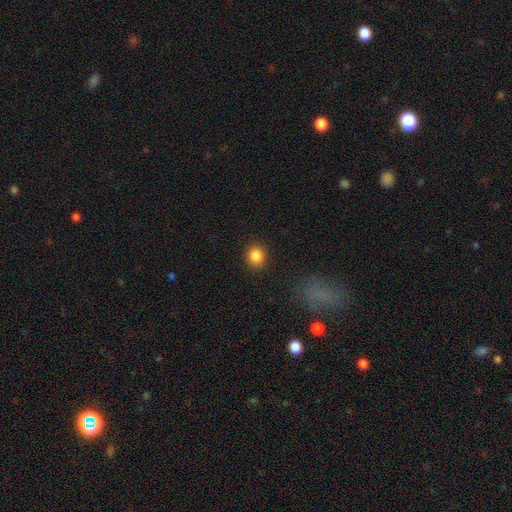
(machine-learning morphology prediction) Smooth or featured?
  - smooth: 86% *
  - star or artifact: 10%
  - featured or disk: 4%
How rounded?
  - round: 72% *
  - in between: 27%
  - cigar-shaped: 1%
Merging?
  - none: 89% *
  - minor disturbance: 7%
  - major disturbance: 2%
  - merger: 1%